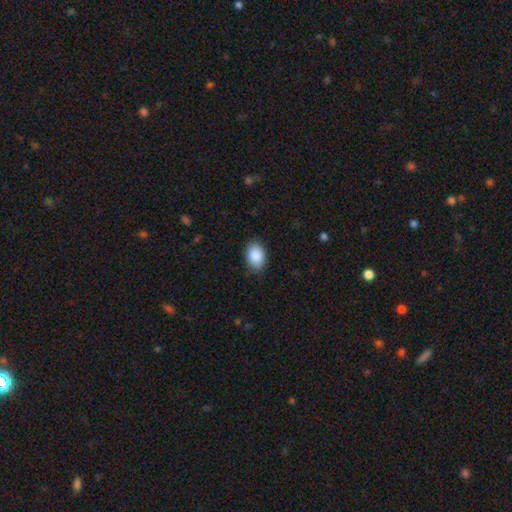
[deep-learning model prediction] smooth 89%, star or artifact 7%, featured or disk 4%. Down the decision tree: how rounded — in between (87%); merging — none (86%).